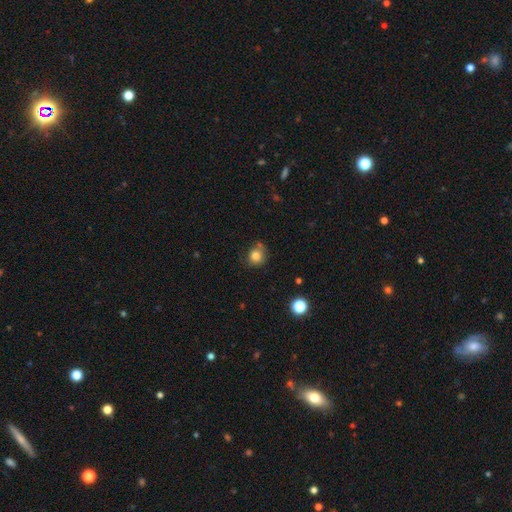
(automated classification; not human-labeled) smooth-or-featured: smooth: 80% | star or artifact: 12% | featured or disk: 8%
  how-rounded: round: 86% | in between: 13% | cigar-shaped: 1%
  merging: none: 67% | minor disturbance: 19% | merger: 9% | major disturbance: 5%